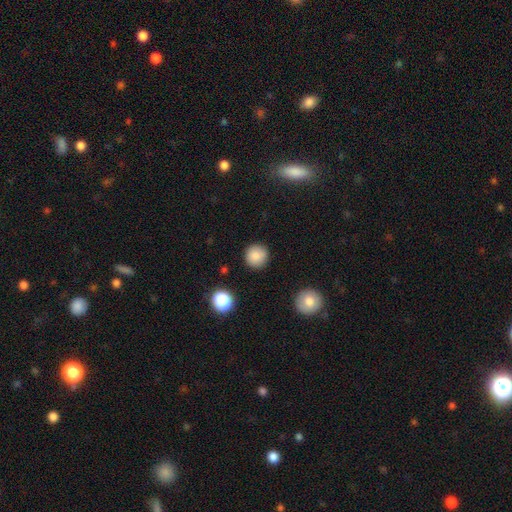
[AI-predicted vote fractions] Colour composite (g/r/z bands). It shows a smooth galaxy with no disk features (86%) that is round (94%). Merging: none (90%).